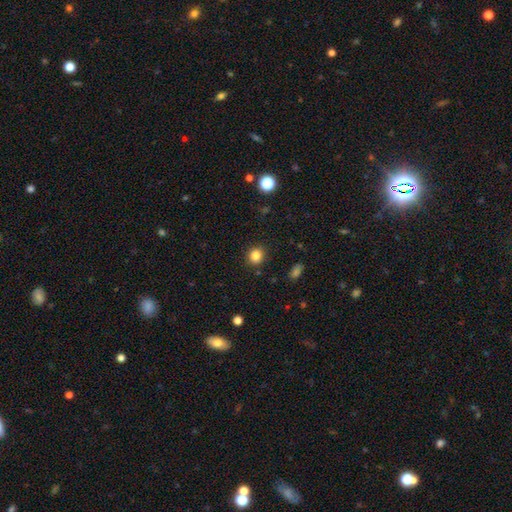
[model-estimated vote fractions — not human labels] A smooth galaxy with no disk features (83%) that is round (84%). Merging: none (89%).